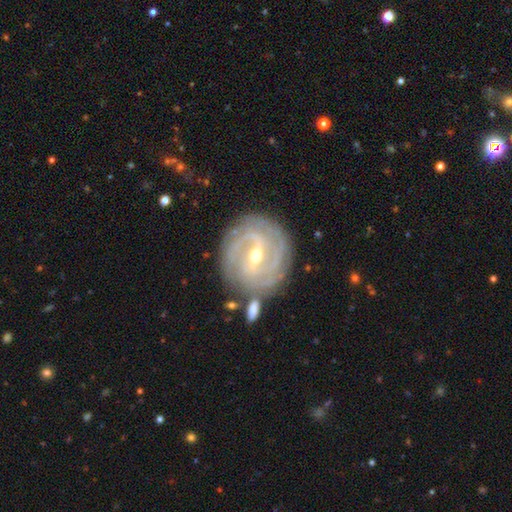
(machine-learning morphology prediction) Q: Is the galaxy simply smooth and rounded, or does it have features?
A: featured or disk — 91%.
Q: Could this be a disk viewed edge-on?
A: no — 97%.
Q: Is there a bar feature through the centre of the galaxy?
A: weak — 44%.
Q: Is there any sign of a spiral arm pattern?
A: yes — 97%.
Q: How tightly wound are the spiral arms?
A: tight — 72%.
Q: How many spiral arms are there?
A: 2 — 27%.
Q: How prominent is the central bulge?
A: small — 51%.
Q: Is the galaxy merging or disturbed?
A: none — 79%.